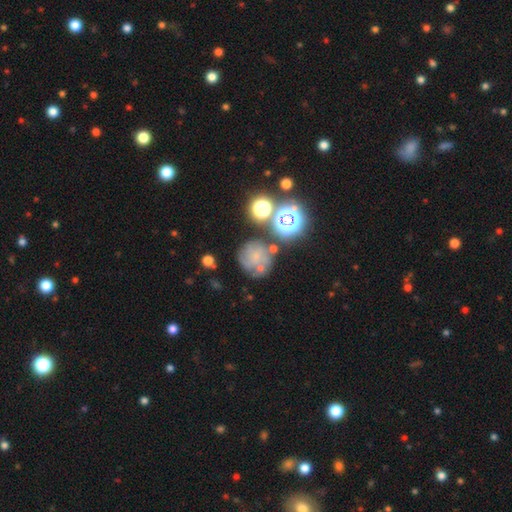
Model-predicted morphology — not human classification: This is marginally a smooth galaxy (42%). Merging: possibly none (59%).